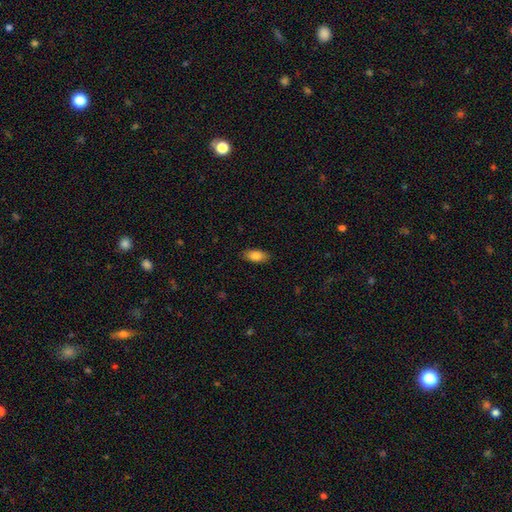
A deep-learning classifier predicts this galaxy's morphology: This is clearly a smooth galaxy (83%). How rounded: clearly in between (88%). Merging: clearly none (88%).